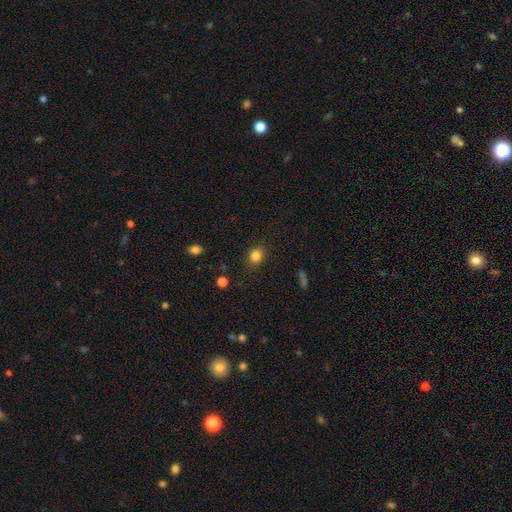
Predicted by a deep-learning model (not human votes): A smooth galaxy with no disk features (83%) that is round (69%).

Vote fractions:
- Smooth or featured? smooth: 83% / star or artifact: 12% / featured or disk: 5%
- How rounded? round: 69% / in between: 30% / cigar-shaped: 1%
- Merging? none: 84% / minor disturbance: 11% / major disturbance: 4% / merger: 1%